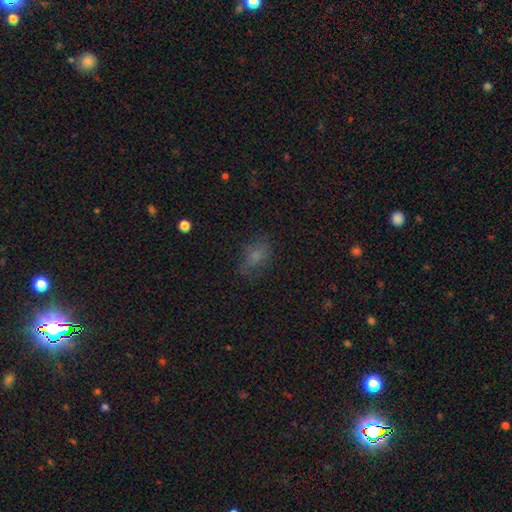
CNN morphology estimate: This appears to be a smooth galaxy with no disk features (68%) that is in between round and cigar-shaped (81%). Merging: none (64%).